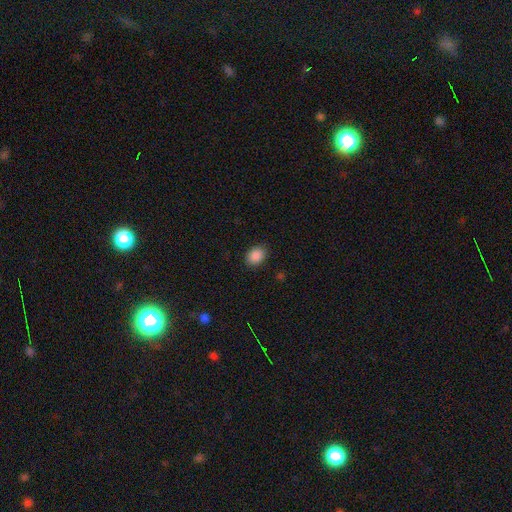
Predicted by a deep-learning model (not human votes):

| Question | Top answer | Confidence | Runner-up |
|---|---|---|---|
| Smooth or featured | smooth | 88% | star or artifact (9%) |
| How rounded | in between | 65% | round (34%) |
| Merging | none | 87% | minor disturbance (9%) |